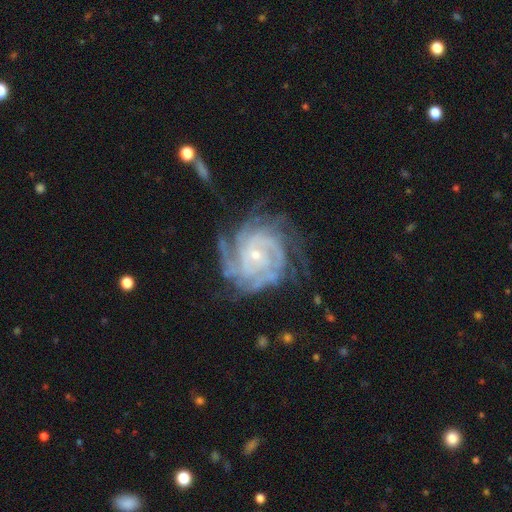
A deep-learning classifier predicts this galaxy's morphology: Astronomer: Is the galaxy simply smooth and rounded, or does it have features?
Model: featured or disk — 90%.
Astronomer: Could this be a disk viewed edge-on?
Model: no — 97%.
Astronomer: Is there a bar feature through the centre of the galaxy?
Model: no — 70%.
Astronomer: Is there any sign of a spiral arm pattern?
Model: yes — 98%.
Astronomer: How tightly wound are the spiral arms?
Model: tight — 73%.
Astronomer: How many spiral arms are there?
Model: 4 — 27% (runner-up: can't tell, 22%).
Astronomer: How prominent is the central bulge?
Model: small — 78%.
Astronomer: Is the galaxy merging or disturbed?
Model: none — 67%.